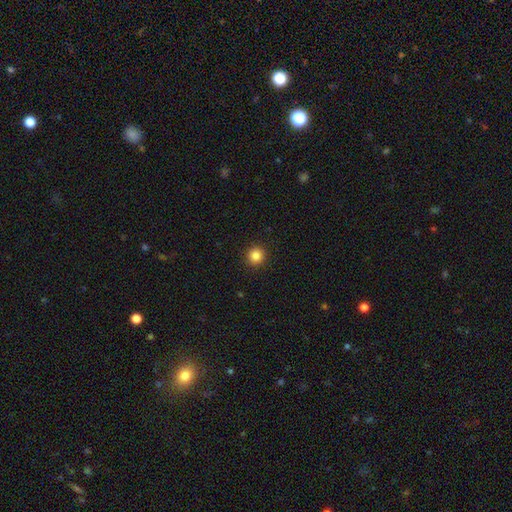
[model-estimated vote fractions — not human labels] A smooth galaxy with no disk features (85%) that is round (94%).

Vote fractions:
- Smooth or featured? smooth: 85% / star or artifact: 11% / featured or disk: 4%
- How rounded? round: 94% / in between: 5% / cigar-shaped: 1%
- Merging? none: 93% / minor disturbance: 5% / major disturbance: 2% / merger: 1%